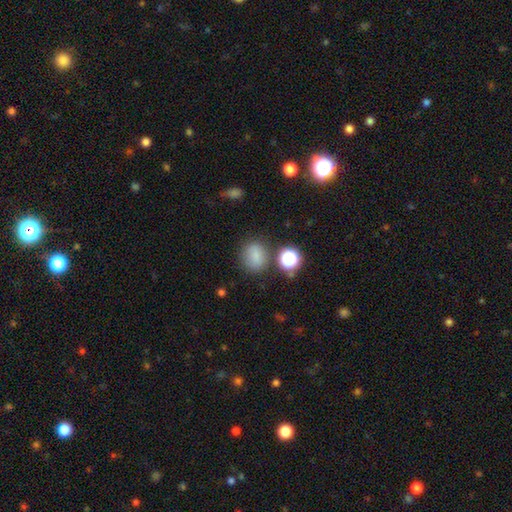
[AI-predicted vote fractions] Morphology: type=smooth (76%); roundness=round (64%); merging=none (73%).